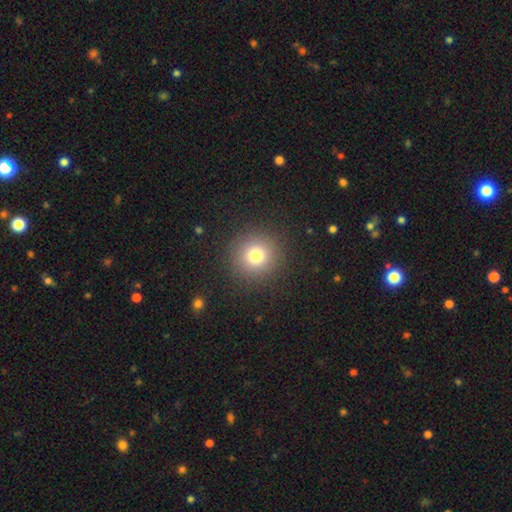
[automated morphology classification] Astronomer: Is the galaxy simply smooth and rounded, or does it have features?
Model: smooth — 76%.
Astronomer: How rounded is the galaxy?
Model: round — 94%.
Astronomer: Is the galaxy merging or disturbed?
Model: none — 90%.